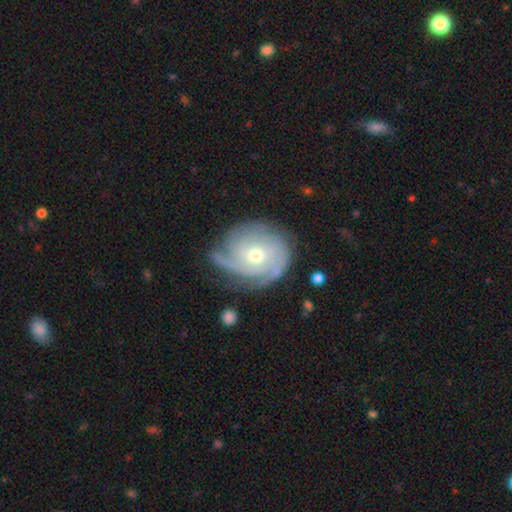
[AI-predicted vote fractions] This is clearly a featured or disk galaxy (83%). It is clearly not viewed edge-on (97%). Bar: likely no (76%). Spiral arm pattern: clearly yes (95%). Spiral arm count: marginally can't tell (30%). Spiral winding: likely tight (70%). Central bulge: likely moderate (62%). Merging: likely none (68%).